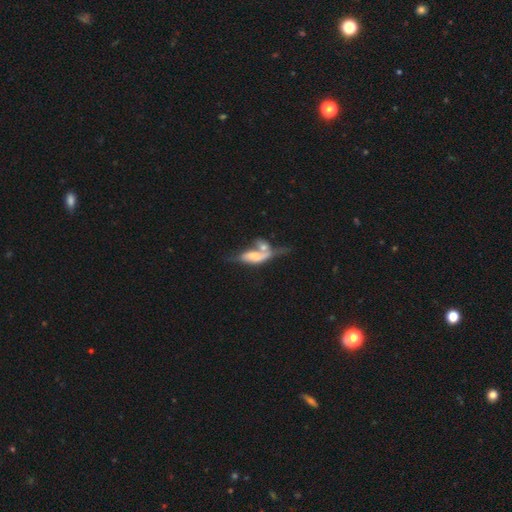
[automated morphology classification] A smooth galaxy with no disk features (49%). Merging: merger (62%).